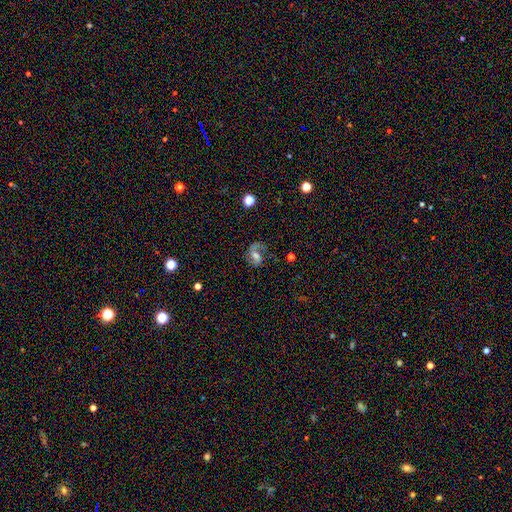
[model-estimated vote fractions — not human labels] Smooth or featured?
  - featured or disk: 68% *
  - smooth: 22%
  - star or artifact: 11%
Edge-on disk?
  - no: 97% *
  - yes: 3%
Bar?
  - weak: 45% *
  - no: 36%
  - strong: 19%
Spiral arms?
  - yes: 89% *
  - no: 11%
Spiral winding?
  - loose: 44% *
  - medium: 41%
  - tight: 14%
Spiral arm count?
  - 2: 67% *
  - 1: 26%
  - can't tell: 5%
  - 3: 1%
  - 4: 1%
  - more than 4: 1%
Bulge size?
  - moderate: 56% *
  - small: 23%
  - large: 14%
  - none: 6%
  - dominant: 2%
Merging?
  - none: 56% *
  - major disturbance: 21%
  - minor disturbance: 20%
  - merger: 3%